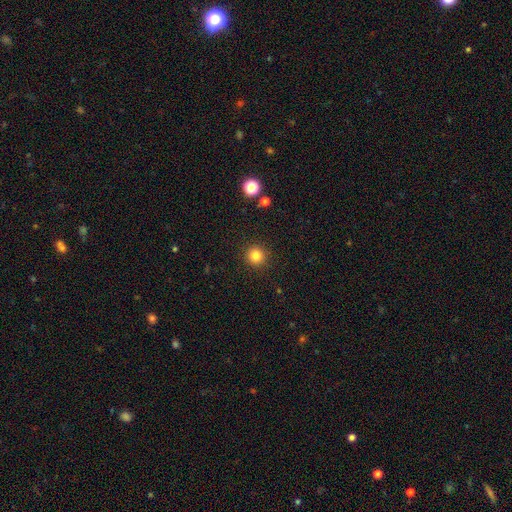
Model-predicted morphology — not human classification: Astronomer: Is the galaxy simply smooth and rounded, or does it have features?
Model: smooth — 83%.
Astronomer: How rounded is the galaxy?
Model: round — 94%.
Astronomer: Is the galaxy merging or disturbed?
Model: none — 92%.